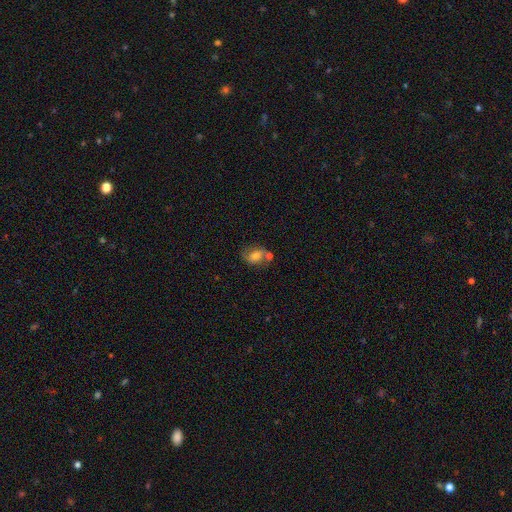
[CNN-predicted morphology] type=smooth (55%); roundness=in between (63%); merging=none (49%).